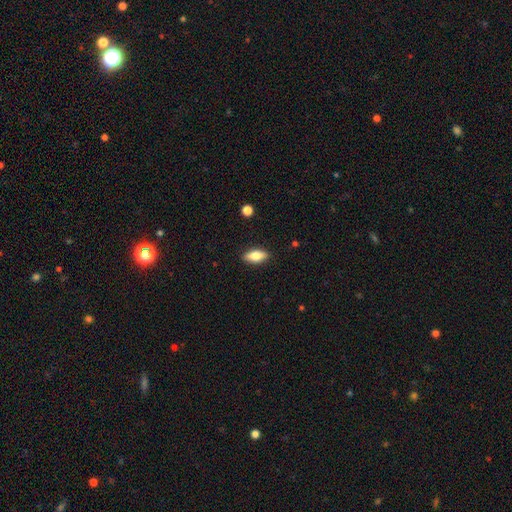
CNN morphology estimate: This appears to be a smooth galaxy with no disk features (71%) that is in between round and cigar-shaped (80%). Merging: none (88%).